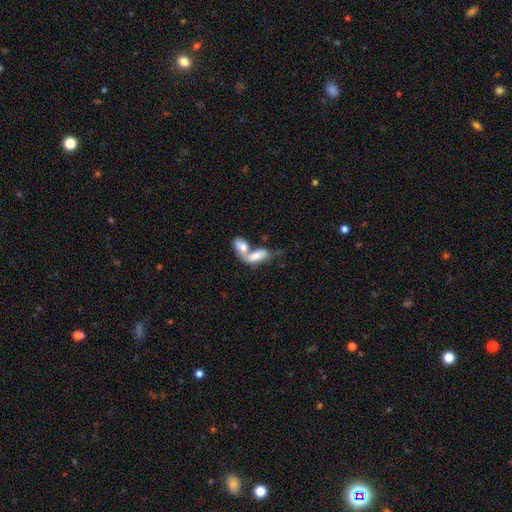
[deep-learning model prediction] A smooth galaxy with no disk features (72%) that is in between round and cigar-shaped (86%). Merging: merger (75%).